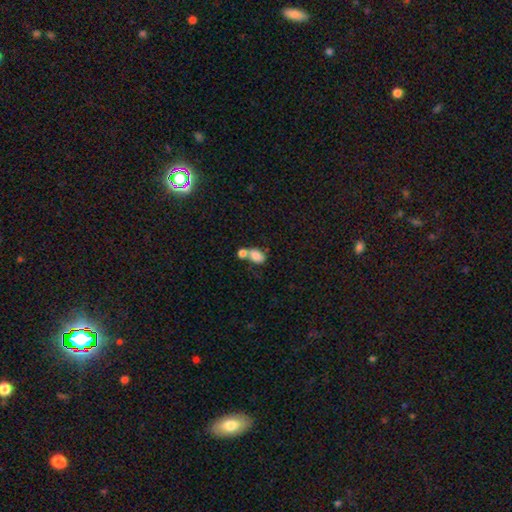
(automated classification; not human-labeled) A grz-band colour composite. It shows a smooth galaxy with no disk features (81%) that is in between round and cigar-shaped (82%). Merging: merger (57%).